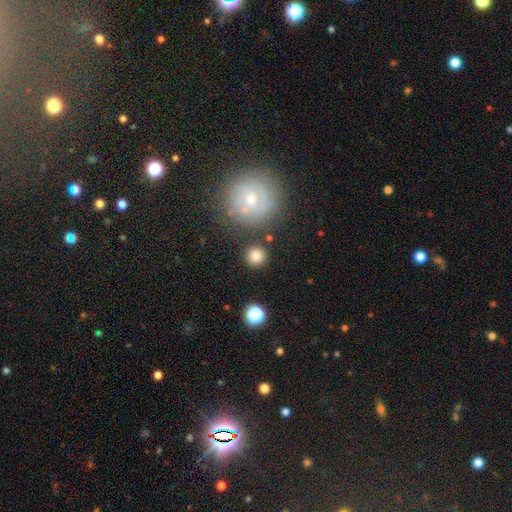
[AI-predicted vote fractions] Morphology: type=smooth (82%); roundness=round (94%); merging=none (85%).